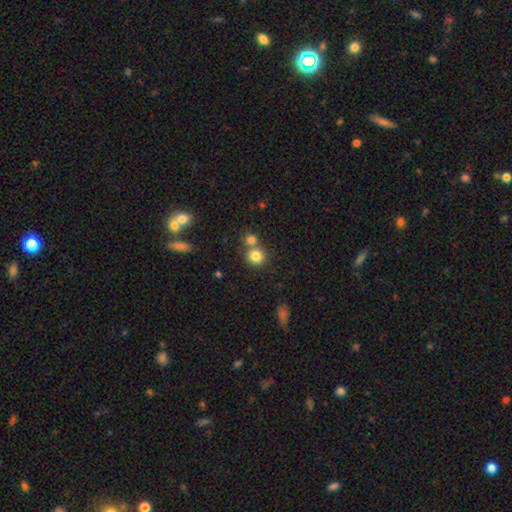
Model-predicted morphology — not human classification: type=smooth (81%); roundness=round (87%); merging=none (57%).